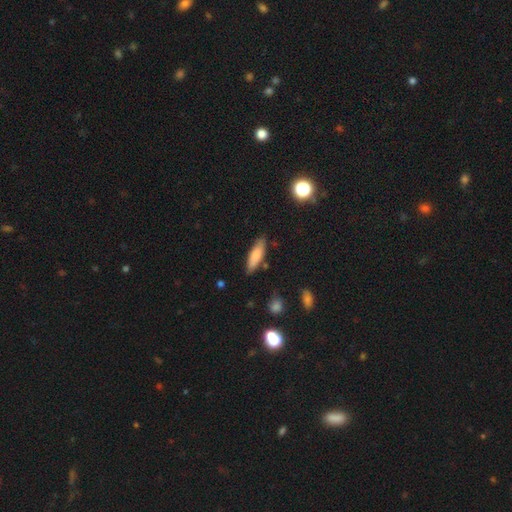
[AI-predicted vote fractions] This appears to be a smooth galaxy with no disk features (77%) that is cigar-shaped (55%). Merging: none (82%).